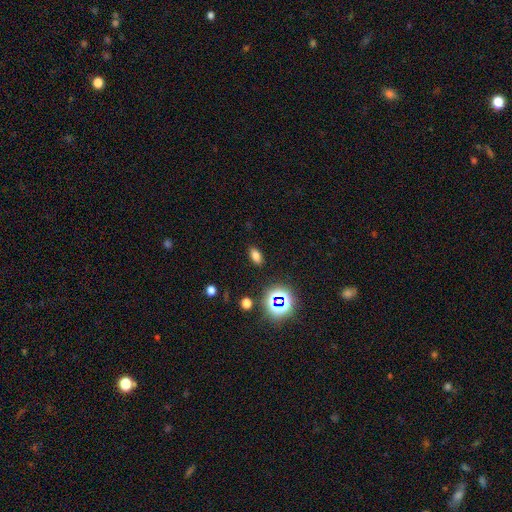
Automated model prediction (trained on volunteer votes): smooth_or_featured: smooth (p=0.72) [alt: star or artifact p=0.21]
how_rounded: in between (p=0.86) [alt: round p=0.10]
merging: none (p=0.87) [alt: minor disturbance p=0.09]